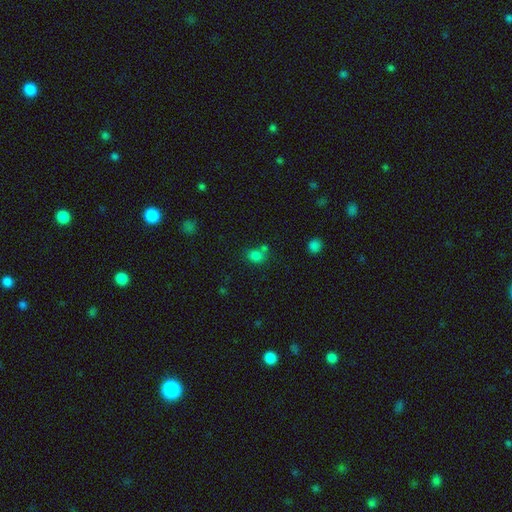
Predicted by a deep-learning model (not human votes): Smooth or featured?
  - smooth: 78% *
  - star or artifact: 15%
  - featured or disk: 7%
How rounded?
  - round: 58% *
  - in between: 41%
  - cigar-shaped: 1%
Merging?
  - none: 53% *
  - merger: 29%
  - minor disturbance: 12%
  - major disturbance: 5%